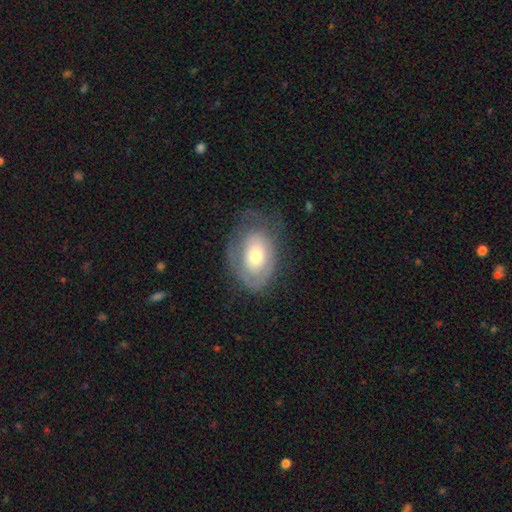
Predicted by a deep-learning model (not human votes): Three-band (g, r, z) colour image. It shows a featured or disk galaxy (55%) with no bar (83%), spiral arms (56%) and a moderate central bulge (55%). Merging: none (56%).